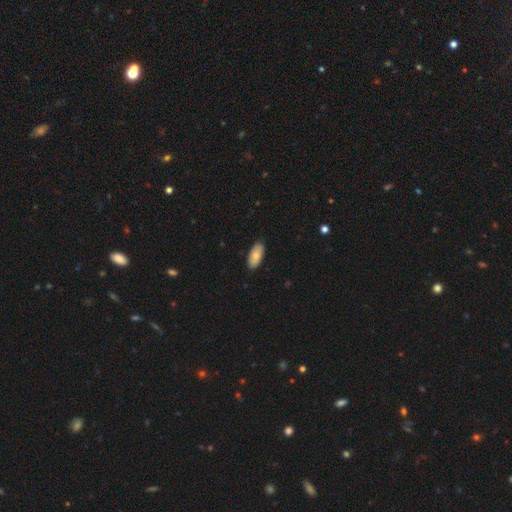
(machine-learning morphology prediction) smooth-or-featured: smooth: 78% | featured or disk: 16% | star or artifact: 6%
  how-rounded: in between: 91% | cigar-shaped: 7% | round: 2%
  merging: none: 87% | minor disturbance: 10% | major disturbance: 2% | merger: 1%